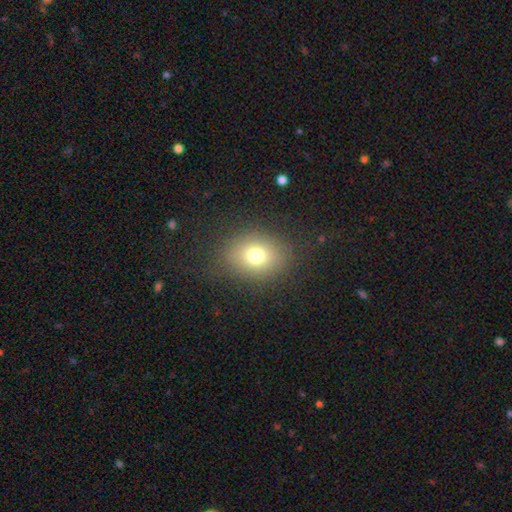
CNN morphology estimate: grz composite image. It shows a smooth galaxy with no disk features (73%) that is round (52%). Merging: none (83%).